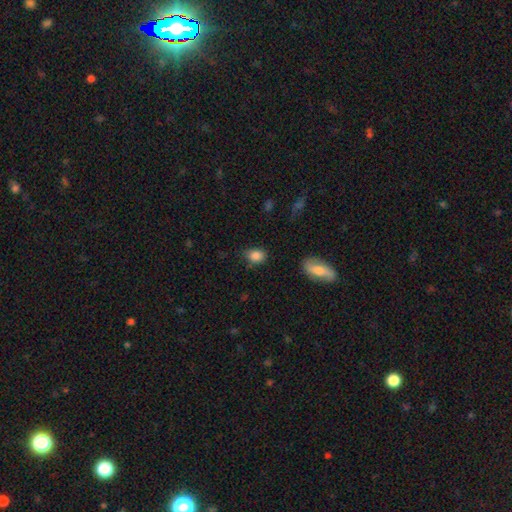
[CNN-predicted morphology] Q: Smooth or featured?
A: smooth (86%); runner-up: star or artifact (9%)
Q: How rounded?
A: in between (67%); runner-up: round (31%)
Q: Merging?
A: none (70%); runner-up: minor disturbance (22%)